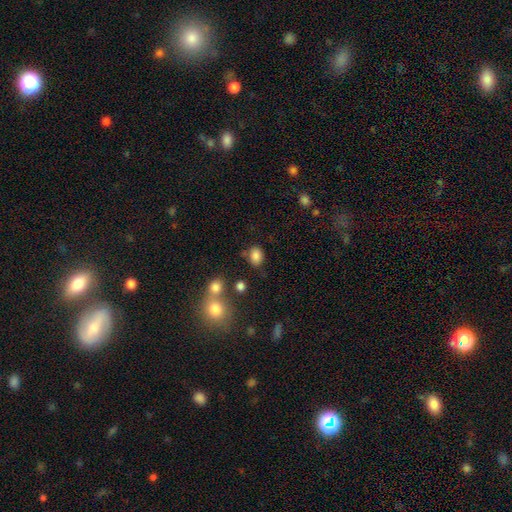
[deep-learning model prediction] Morphology: type=smooth (84%); roundness=in between (68%); merging=none (71%).